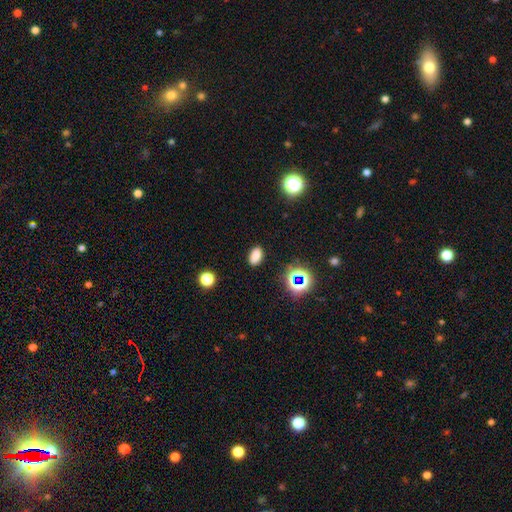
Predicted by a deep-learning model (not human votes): Morphology: type=smooth (78%); roundness=in between (88%); merging=none (88%).